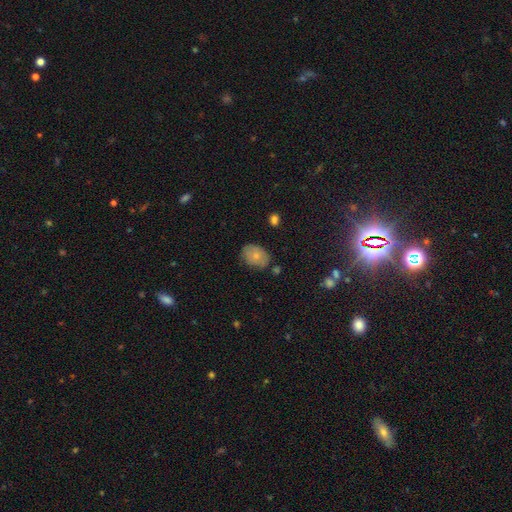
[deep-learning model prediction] smooth_or_featured: smooth (p=0.75) [alt: featured or disk p=0.17]
how_rounded: in between (p=0.71) [alt: round p=0.28]
merging: none (p=0.70) [alt: minor disturbance p=0.23]